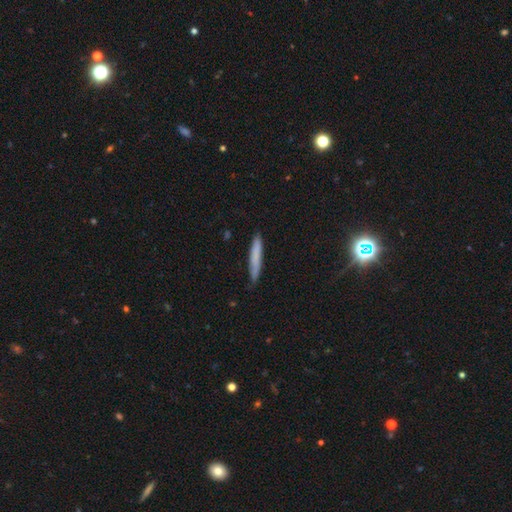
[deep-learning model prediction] The model was most divided on "smooth or featured": smooth: 74%, featured or disk: 19%, star or artifact: 7%. More confident: how rounded — cigar-shaped (94%); merging — none (84%).